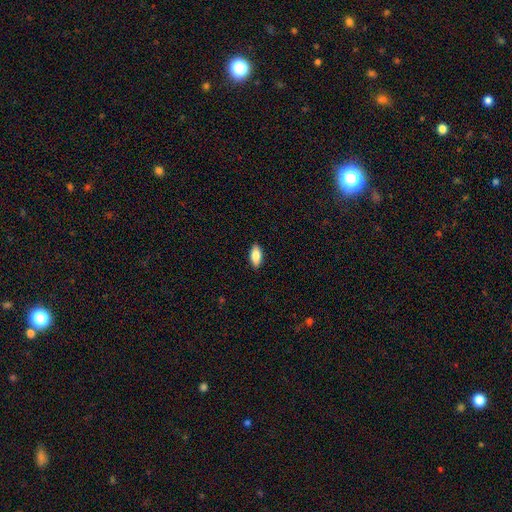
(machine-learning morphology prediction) A smooth galaxy with no disk features (83%) that is in between round and cigar-shaped (87%). Merging: none (90%).